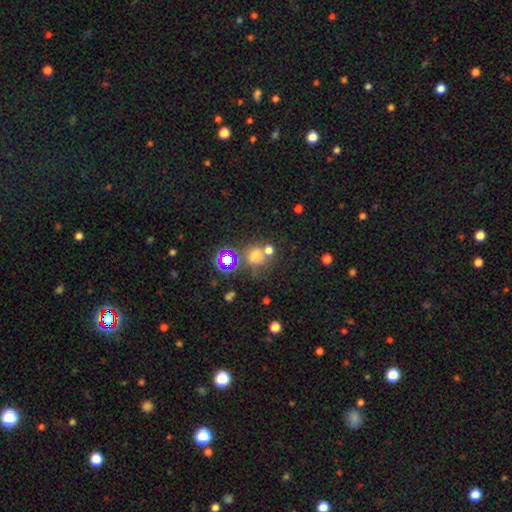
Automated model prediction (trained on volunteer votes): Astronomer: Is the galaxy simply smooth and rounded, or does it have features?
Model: smooth — 61%.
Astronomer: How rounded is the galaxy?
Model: round — 76%.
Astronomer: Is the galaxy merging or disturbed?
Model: none — 55%.